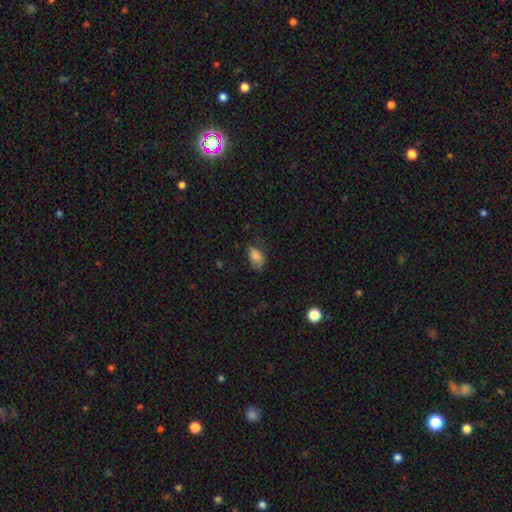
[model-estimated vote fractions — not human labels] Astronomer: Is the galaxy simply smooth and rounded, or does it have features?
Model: smooth — 83%.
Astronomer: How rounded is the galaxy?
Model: in between — 89%.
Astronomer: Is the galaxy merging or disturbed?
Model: none — 52% (runner-up: minor disturbance, 33%).